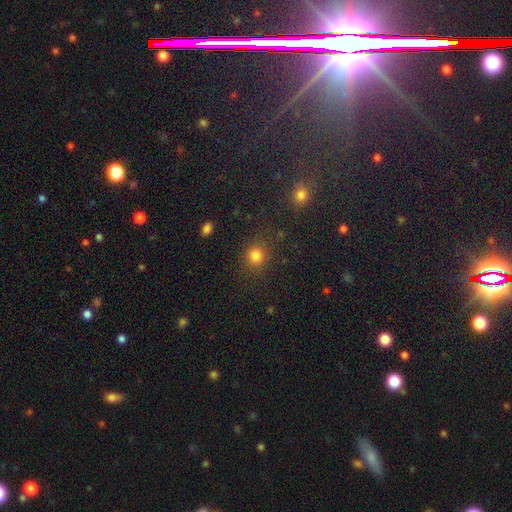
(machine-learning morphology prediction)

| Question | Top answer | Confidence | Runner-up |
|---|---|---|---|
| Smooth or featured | smooth | 82% | star or artifact (13%) |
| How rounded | round | 87% | in between (12%) |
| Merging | none | 84% | minor disturbance (9%) |